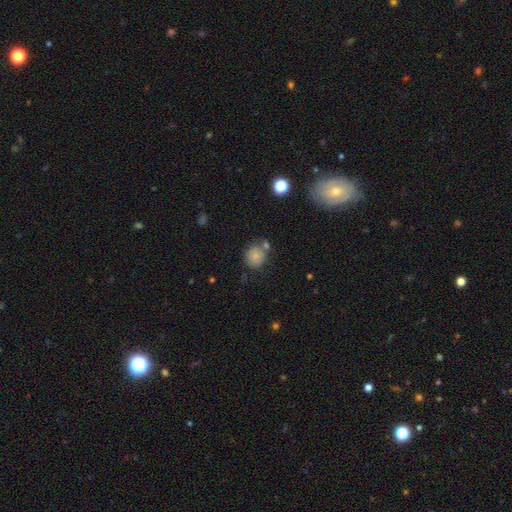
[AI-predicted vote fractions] This is likely a smooth galaxy (80%). How rounded: likely round (72%). Merging: likely none (66%).